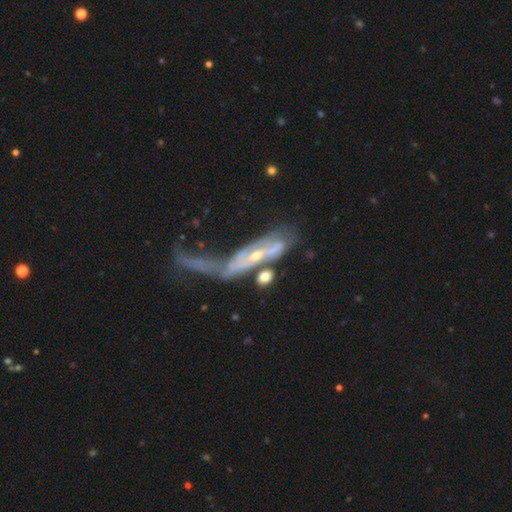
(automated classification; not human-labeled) Smooth or featured? featured or disk (74%)
Edge-on disk? no (71%)
Bar? no (51%)
Spiral arms? yes (62%)
Bulge size? small (56%)
Merging? major disturbance (35%)